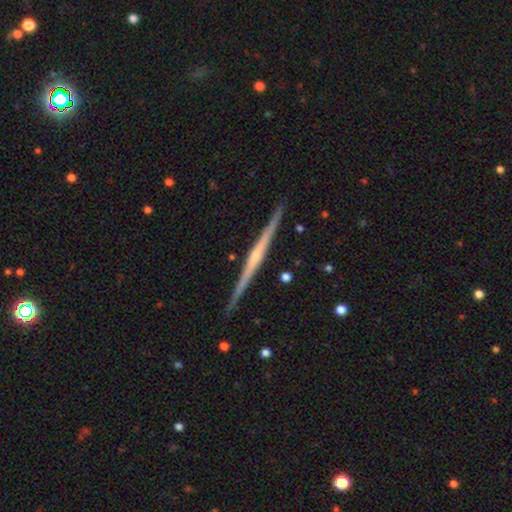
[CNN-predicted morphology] The model was most divided on "edge-on bulge": rounded: 56%, none: 34%, boxy: 10%. More confident: edge-on disk — yes (99%); merging — none (92%); smooth or featured — featured or disk (82%).